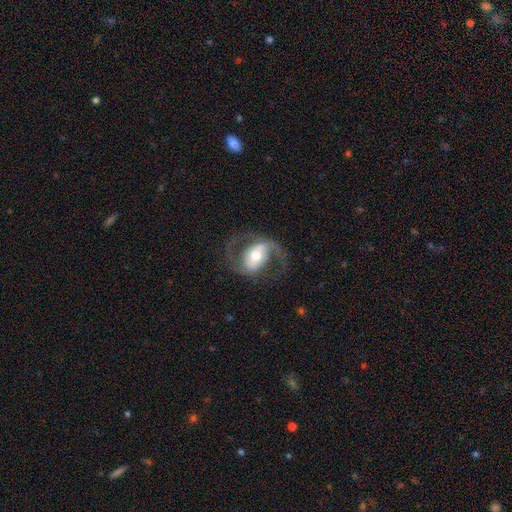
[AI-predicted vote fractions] This is clearly a featured or disk galaxy (82%). It is clearly not viewed edge-on (96%). Bar: marginally strong (38%). Spiral arm pattern: clearly yes (89%). Spiral arm count: clearly 2 (89%). Spiral winding: possibly medium (51%). Central bulge: likely moderate (65%). Merging: likely none (68%).